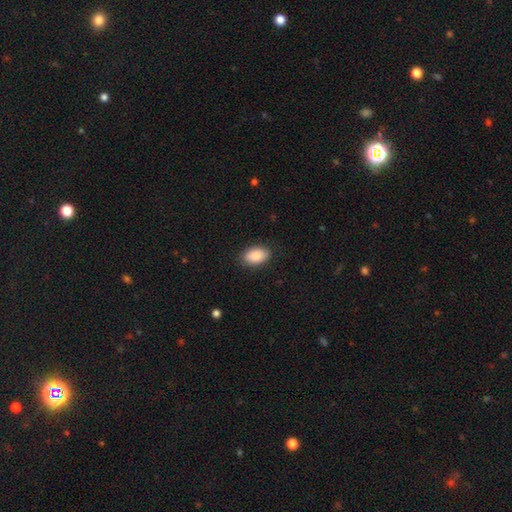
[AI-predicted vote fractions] This is clearly a smooth galaxy (89%). How rounded: clearly in between (92%). Merging: clearly none (88%).